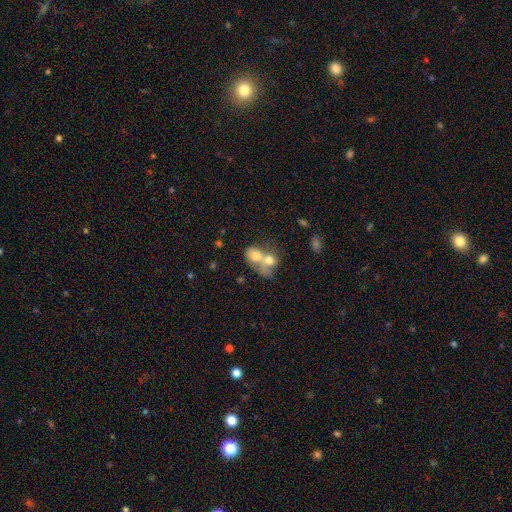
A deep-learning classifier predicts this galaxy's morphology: type=smooth (66%); roundness=in between (55%); merging=merger (80%).